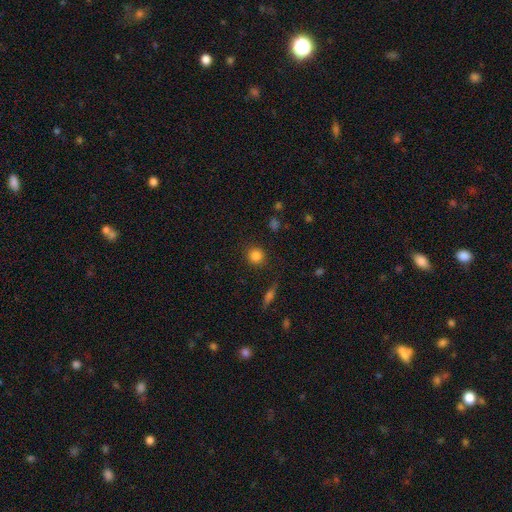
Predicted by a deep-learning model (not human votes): Smooth or featured: smooth — 84% (star or artifact — 11%)
How rounded: round — 90% (in between — 8%)
Merging: none — 88% (minor disturbance — 7%)